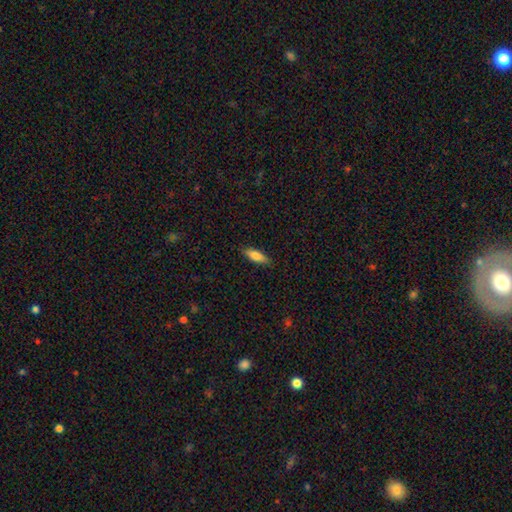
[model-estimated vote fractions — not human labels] smooth 80%, featured or disk 13%, star or artifact 6%. Down the decision tree: how rounded — in between (60%); merging — none (87%).